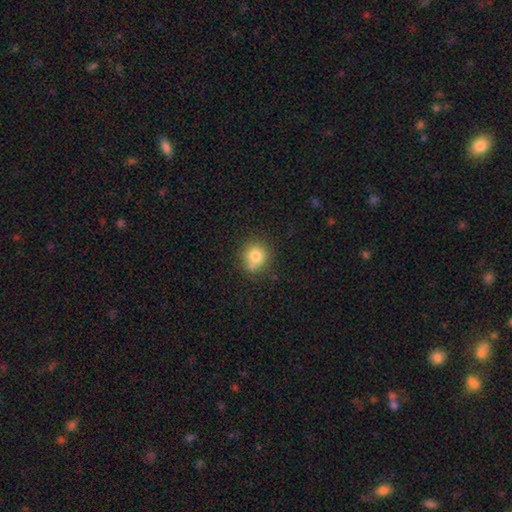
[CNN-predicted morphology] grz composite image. It shows a smooth galaxy with no disk features (79%) that is round (85%). Merging: none (64%).